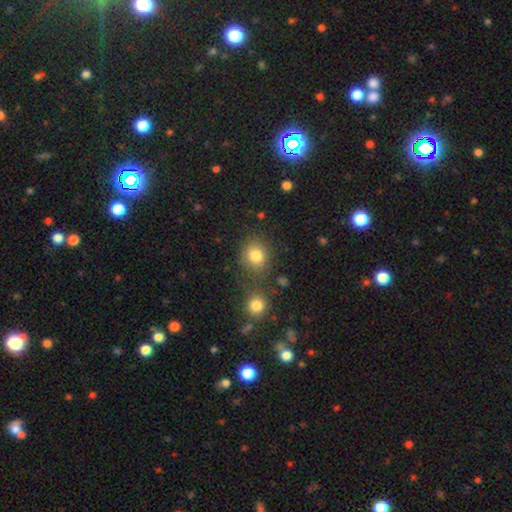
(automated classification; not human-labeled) This appears to be a smooth galaxy with no disk features (81%) that is round (78%). Merging: none (68%).